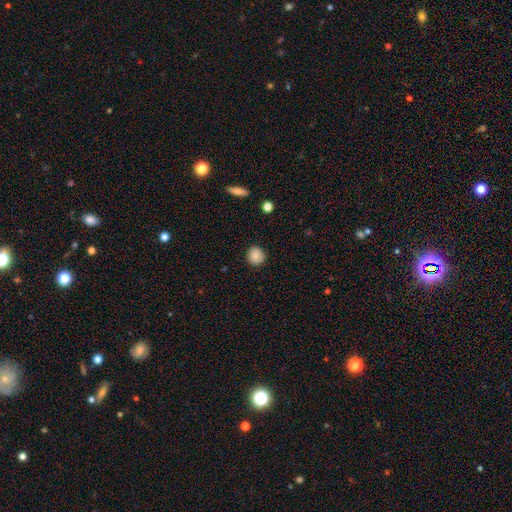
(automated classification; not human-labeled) Overall: smooth (88%). How rounded: round (87%). Merging: none (88%).